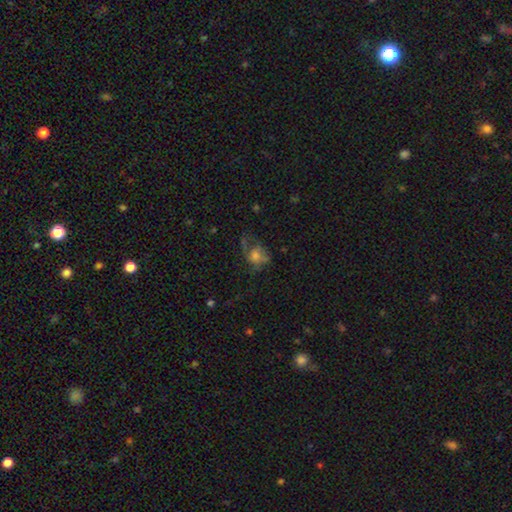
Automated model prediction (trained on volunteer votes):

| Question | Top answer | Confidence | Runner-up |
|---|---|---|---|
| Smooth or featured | featured or disk | 45% | smooth (41%) |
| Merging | major disturbance | 39% | none (37%) |